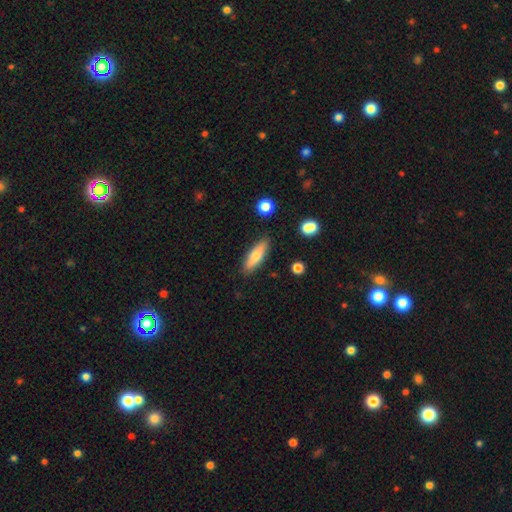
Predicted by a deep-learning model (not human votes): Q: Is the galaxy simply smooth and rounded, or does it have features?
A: smooth — 68%.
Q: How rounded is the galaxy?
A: cigar-shaped — 58%.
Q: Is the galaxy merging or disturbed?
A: none — 87%.